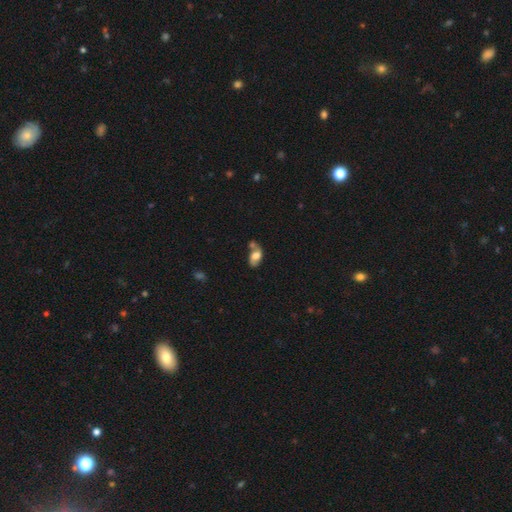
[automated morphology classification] Smooth or featured?
  - smooth: 49% *
  - featured or disk: 41%
  - star or artifact: 9%
Merging?
  - none: 37% *
  - merger: 35%
  - minor disturbance: 19%
  - major disturbance: 9%